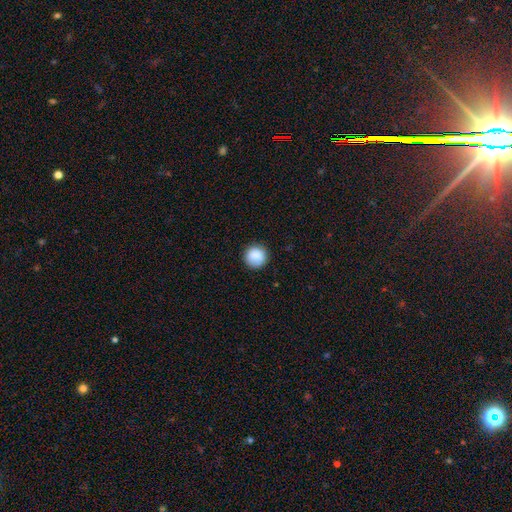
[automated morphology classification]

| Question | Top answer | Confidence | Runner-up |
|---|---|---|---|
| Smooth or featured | smooth | 87% | star or artifact (8%) |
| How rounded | round | 95% | in between (4%) |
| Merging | none | 87% | minor disturbance (9%) |